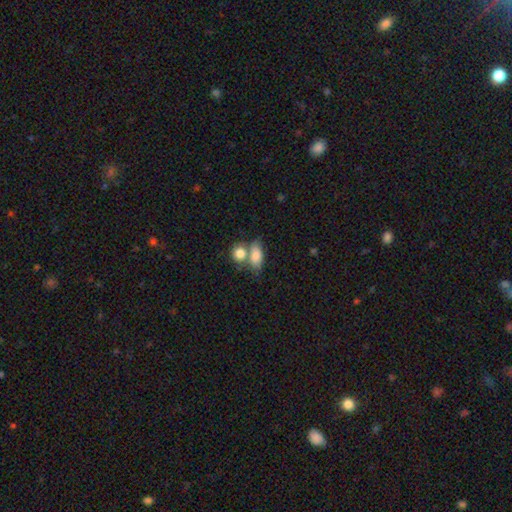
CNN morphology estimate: smooth 82%, featured or disk 10%, star or artifact 7%. Down the decision tree: how rounded — in between (80%); merging — merger (46%).